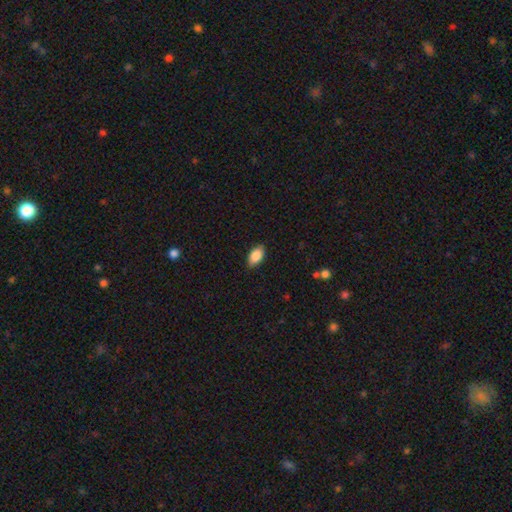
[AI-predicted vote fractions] The model was most divided on "merging": none: 85%, minor disturbance: 12%, major disturbance: 2%, merger: 1%. More confident: how rounded — in between (92%); smooth or featured — smooth (87%).